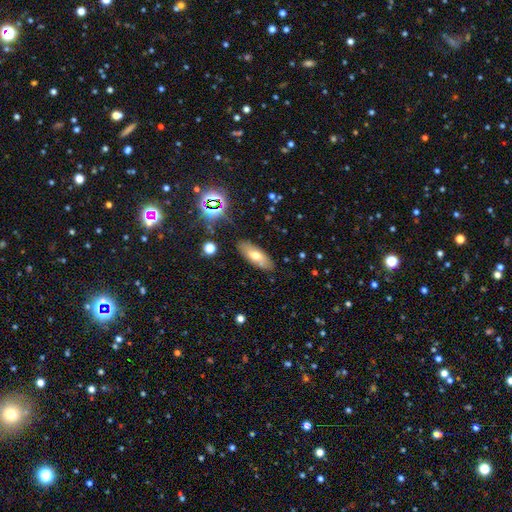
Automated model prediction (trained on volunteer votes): The model was most divided on "smooth or featured": smooth: 62%, featured or disk: 29%, star or artifact: 9%. More confident: merging — none (82%); how rounded — in between (78%).